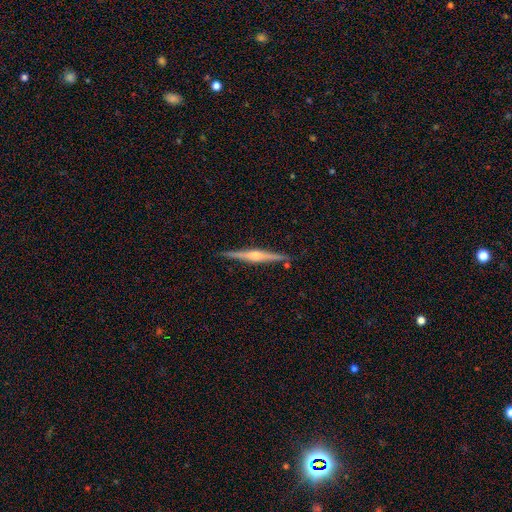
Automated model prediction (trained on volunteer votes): Q: Smooth or featured?
A: featured or disk (80%); runner-up: smooth (15%)
Q: Edge-on disk?
A: yes (98%); runner-up: no (2%)
Q: Edge-on bulge?
A: rounded (84%); runner-up: boxy (11%)
Q: Merging?
A: none (90%); runner-up: minor disturbance (7%)